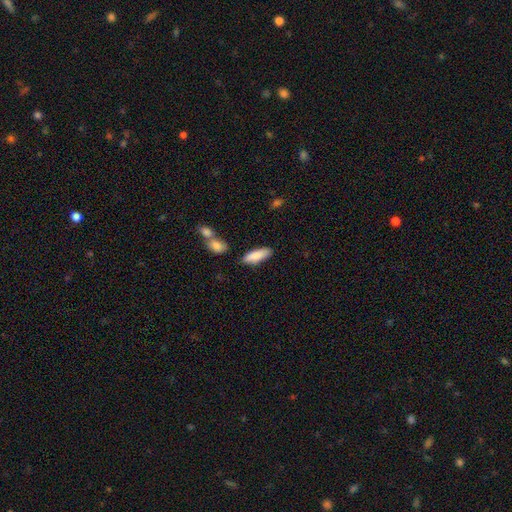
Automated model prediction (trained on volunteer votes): smooth-or-featured: smooth: 86% | featured or disk: 8% | star or artifact: 6%
  how-rounded: in between: 59% | cigar-shaped: 39% | round: 2%
  merging: none: 81% | minor disturbance: 11% | merger: 5% | major disturbance: 3%